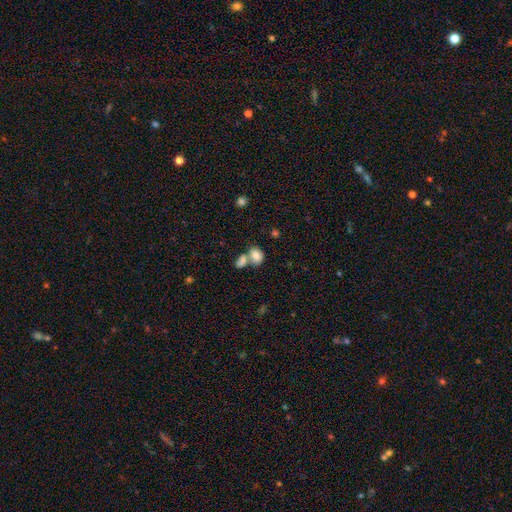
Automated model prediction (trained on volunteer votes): Smooth or featured: smooth — 81% (featured or disk — 10%)
How rounded: in between — 70% (round — 28%)
Merging: merger — 53% (none — 33%)